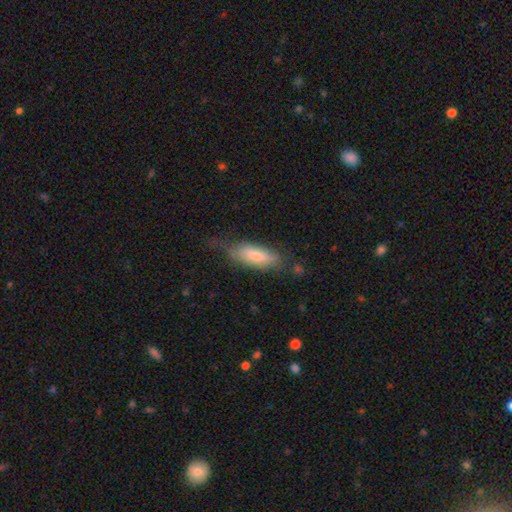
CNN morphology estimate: This is likely a smooth galaxy (71%). How rounded: likely in between (62%). Merging: possibly none (55%).